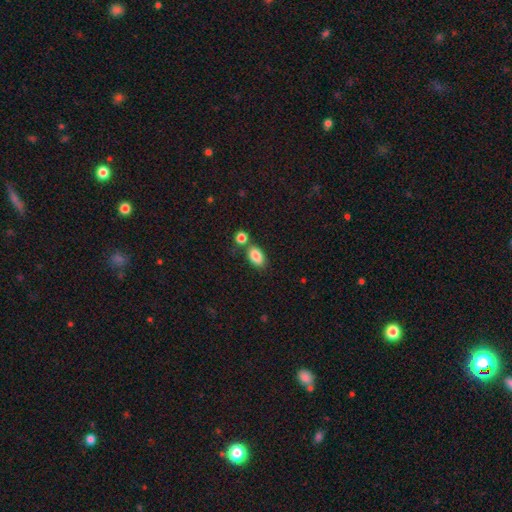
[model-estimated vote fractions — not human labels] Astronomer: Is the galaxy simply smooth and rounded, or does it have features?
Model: smooth — 85%.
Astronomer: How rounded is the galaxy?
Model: in between — 90%.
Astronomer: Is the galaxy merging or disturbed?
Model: none — 66%.